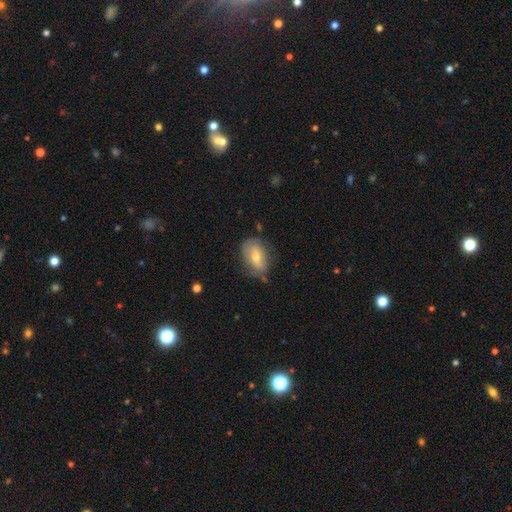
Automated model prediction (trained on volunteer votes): smooth 56%, featured or disk 36%, star or artifact 7%. Down the decision tree: how rounded — in between (87%); merging — none (62%).